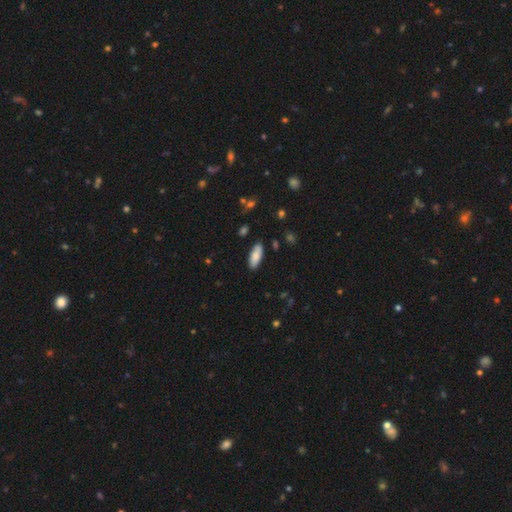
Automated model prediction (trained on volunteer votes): Smooth or featured? Predicted: smooth (p=0.86). How rounded? Predicted: in between (p=0.74). Merging? Predicted: none (p=0.87).